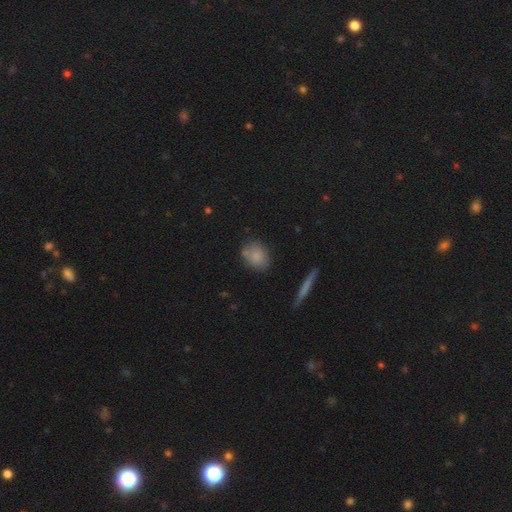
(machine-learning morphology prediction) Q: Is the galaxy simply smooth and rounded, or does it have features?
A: smooth — 82%.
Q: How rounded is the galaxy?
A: in between — 55%.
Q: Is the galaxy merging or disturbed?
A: none — 69%.